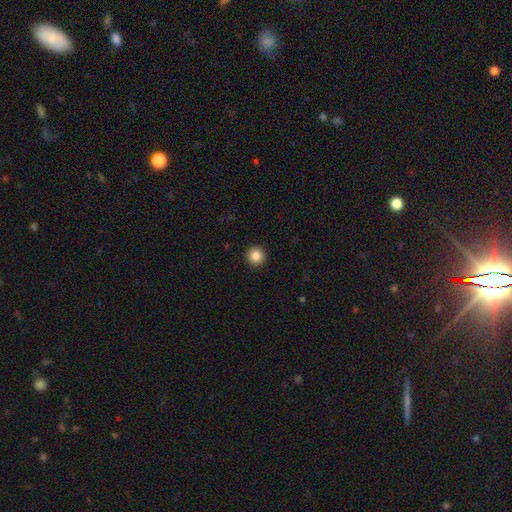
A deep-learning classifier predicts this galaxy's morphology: Smooth or featured?
  - smooth: 86% *
  - star or artifact: 10%
  - featured or disk: 4%
How rounded?
  - round: 96% *
  - in between: 3%
  - cigar-shaped: 1%
Merging?
  - none: 94% *
  - minor disturbance: 4%
  - major disturbance: 1%
  - merger: 1%